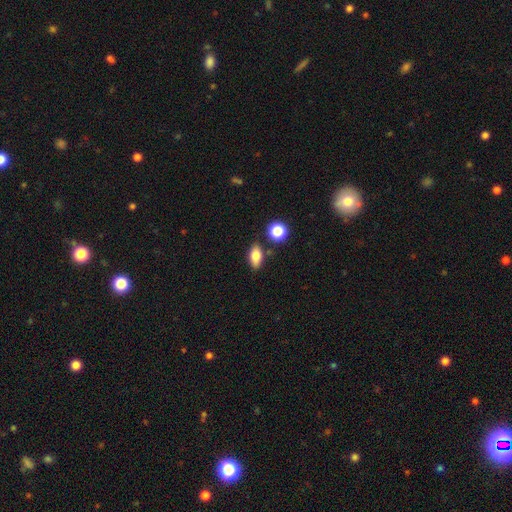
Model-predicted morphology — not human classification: The model was most divided on "smooth or featured": smooth: 80%, featured or disk: 11%, star or artifact: 9%. More confident: how rounded — in between (83%); merging — none (80%).